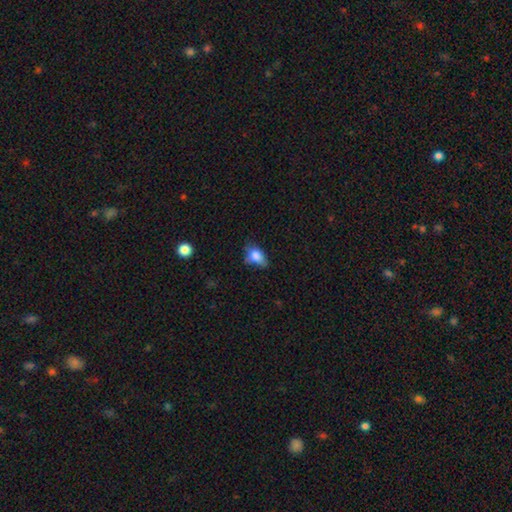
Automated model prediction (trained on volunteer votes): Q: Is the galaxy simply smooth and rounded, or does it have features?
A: smooth — 76%.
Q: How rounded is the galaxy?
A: in between — 82%.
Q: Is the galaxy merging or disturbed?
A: minor disturbance — 38%.